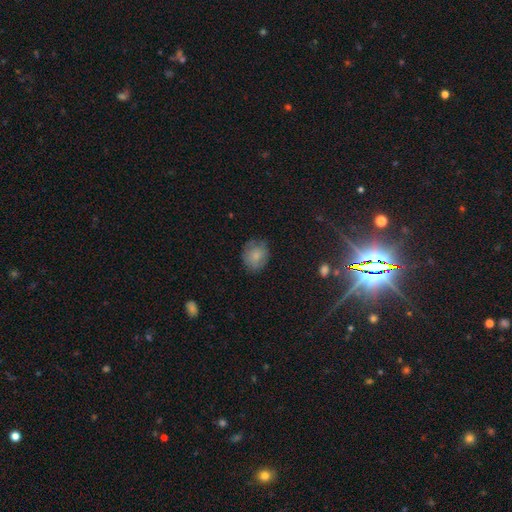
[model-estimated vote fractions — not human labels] Morphology: type=smooth (79%); roundness=round (67%); merging=none (72%).